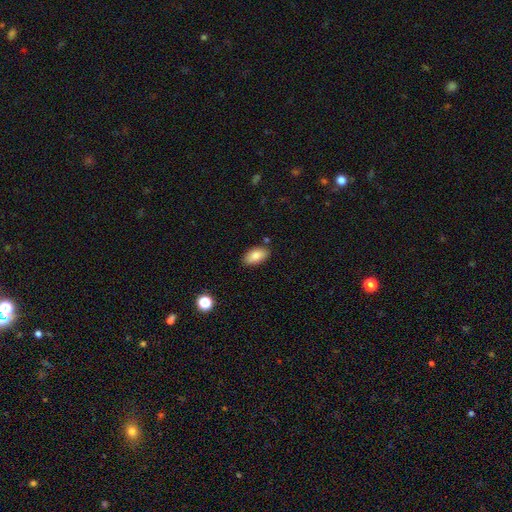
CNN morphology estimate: smooth 84%, featured or disk 9%, star or artifact 8%. Down the decision tree: how rounded — in between (93%); merging — none (84%).